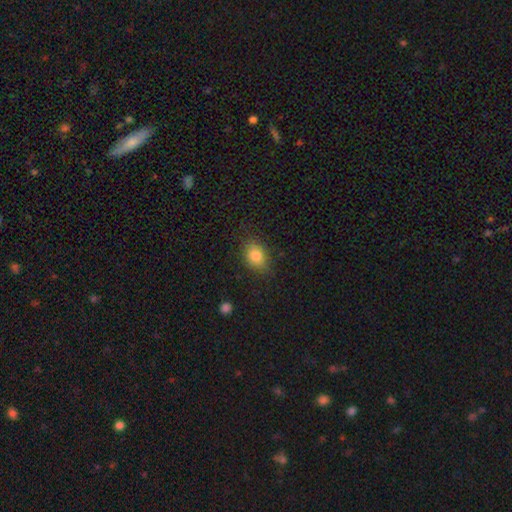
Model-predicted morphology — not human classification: This is clearly a smooth galaxy (81%). How rounded: likely in between (72%). Merging: likely none (80%).